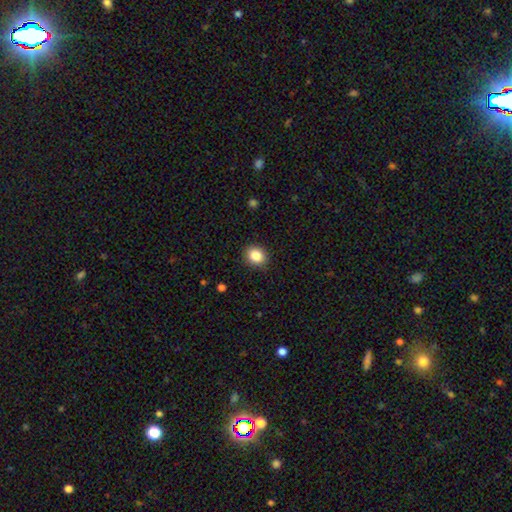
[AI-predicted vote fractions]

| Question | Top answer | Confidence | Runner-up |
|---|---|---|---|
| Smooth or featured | smooth | 85% | star or artifact (9%) |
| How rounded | round | 68% | in between (32%) |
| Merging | none | 90% | minor disturbance (7%) |